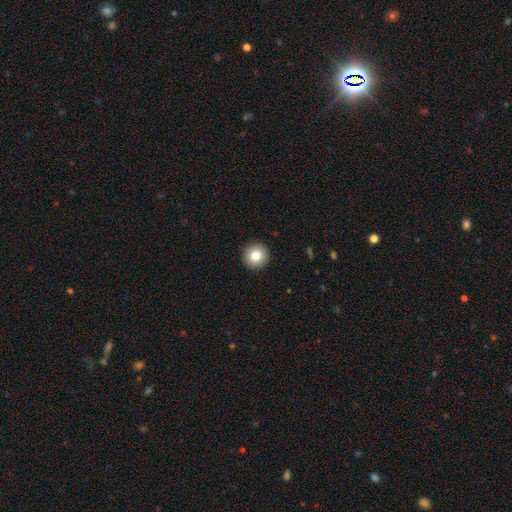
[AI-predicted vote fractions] This appears to be a smooth galaxy with no disk features (80%) that is round (96%). Merging: none (93%).